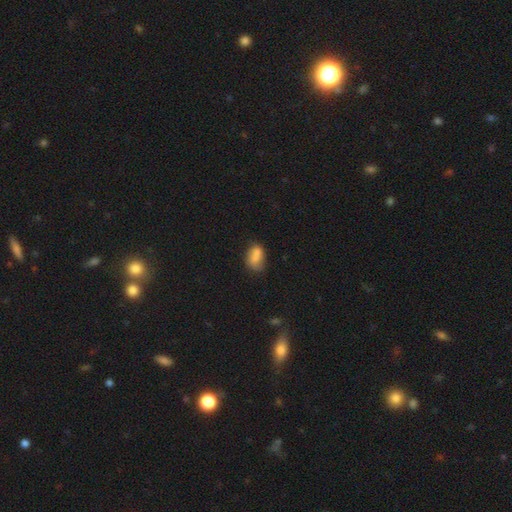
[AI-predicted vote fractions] Morphology: type=smooth (76%); roundness=in between (83%); merging=none (44%).